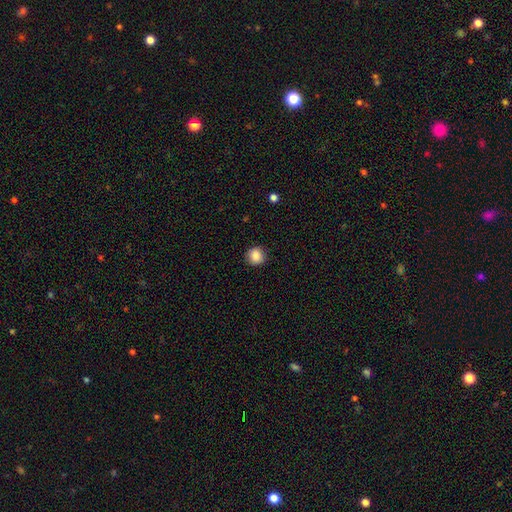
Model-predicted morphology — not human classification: This appears to be a smooth galaxy with no disk features (87%) that is round (90%). Merging: none (89%).